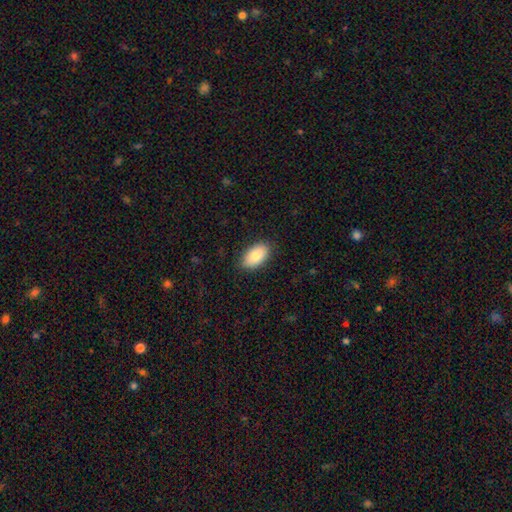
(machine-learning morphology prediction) smooth 85%, featured or disk 9%, star or artifact 7%. Down the decision tree: how rounded — in between (94%); merging — none (86%).